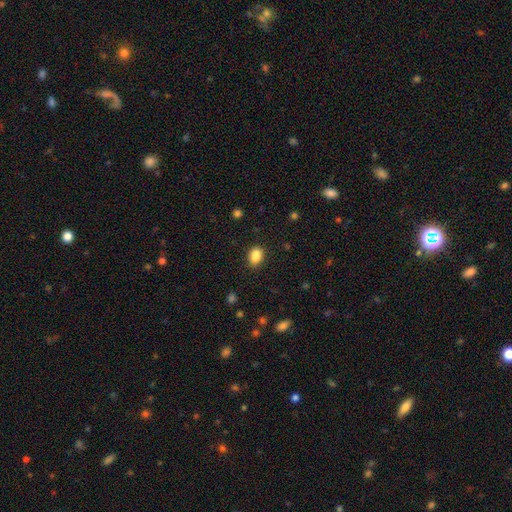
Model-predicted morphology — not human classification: type=smooth (87%); roundness=in between (78%); merging=none (84%).